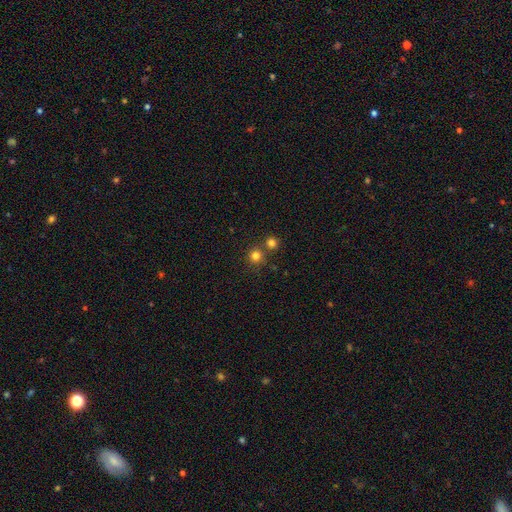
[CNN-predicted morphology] This is likely a smooth galaxy (78%). How rounded: clearly round (93%). Merging: likely none (70%).